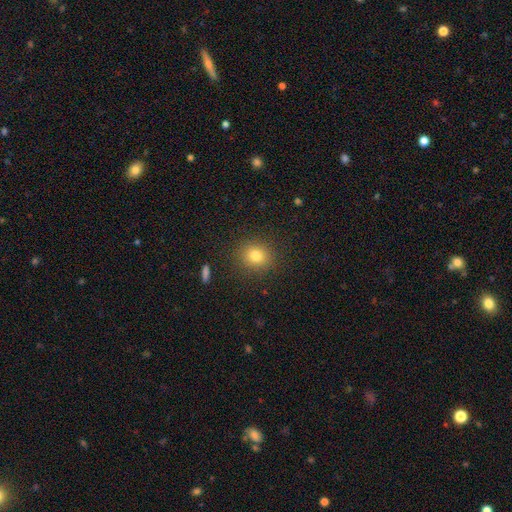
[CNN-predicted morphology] Smooth or featured: smooth — 80% (star or artifact — 13%)
How rounded: round — 78% (in between — 21%)
Merging: none — 89% (minor disturbance — 7%)